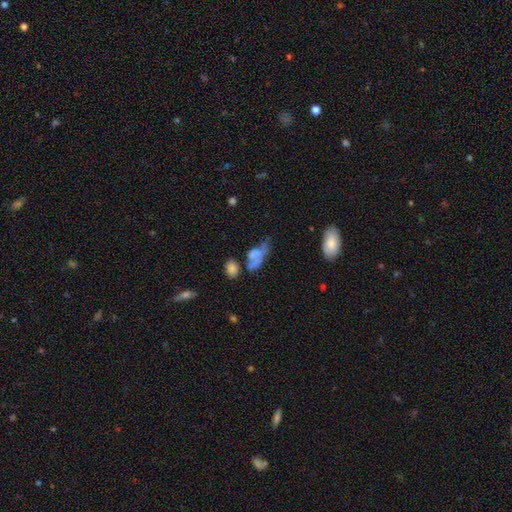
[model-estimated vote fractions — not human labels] A smooth galaxy with no disk features (58%) that is in between round and cigar-shaped (84%). Merging: merger (32%).